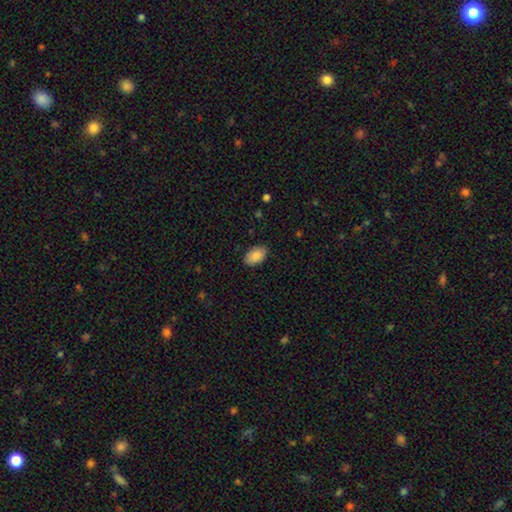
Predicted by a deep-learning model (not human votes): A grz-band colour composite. It shows a smooth galaxy with no disk features (89%) that is in between round and cigar-shaped (93%). Merging: none (86%).